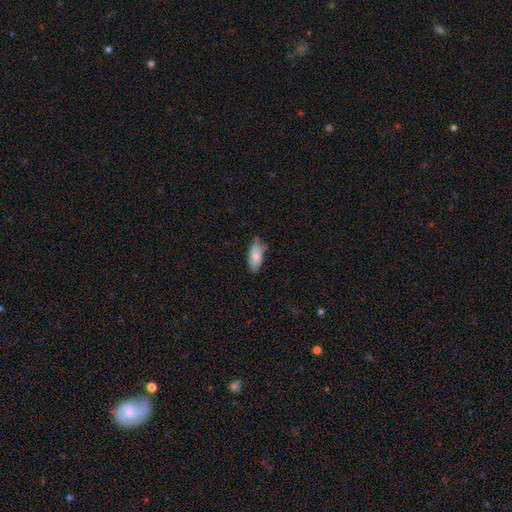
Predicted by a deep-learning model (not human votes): Smooth or featured?
  - smooth: 77% *
  - featured or disk: 17%
  - star or artifact: 6%
How rounded?
  - in between: 86% *
  - cigar-shaped: 12%
  - round: 2%
Merging?
  - none: 64% *
  - minor disturbance: 28%
  - major disturbance: 5%
  - merger: 3%